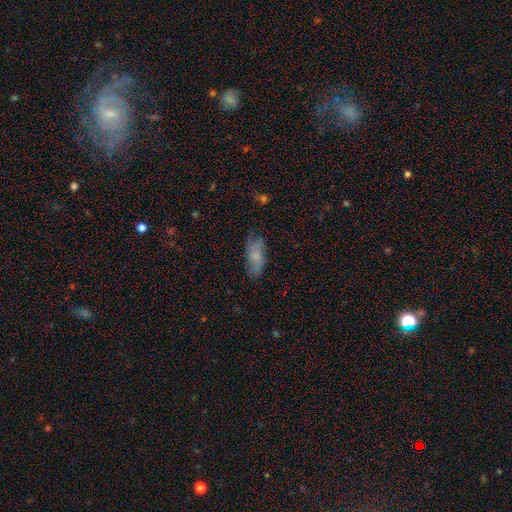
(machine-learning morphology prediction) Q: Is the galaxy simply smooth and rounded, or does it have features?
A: smooth — 64%.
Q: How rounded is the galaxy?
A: in between — 85%.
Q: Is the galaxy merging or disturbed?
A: none — 67%.